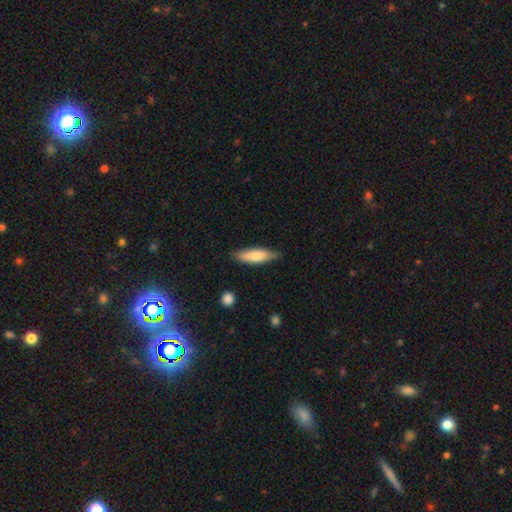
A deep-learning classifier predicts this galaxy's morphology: Smooth or featured? Predicted: smooth (p=0.76). How rounded? Predicted: cigar-shaped (p=0.61). Merging? Predicted: none (p=0.82).